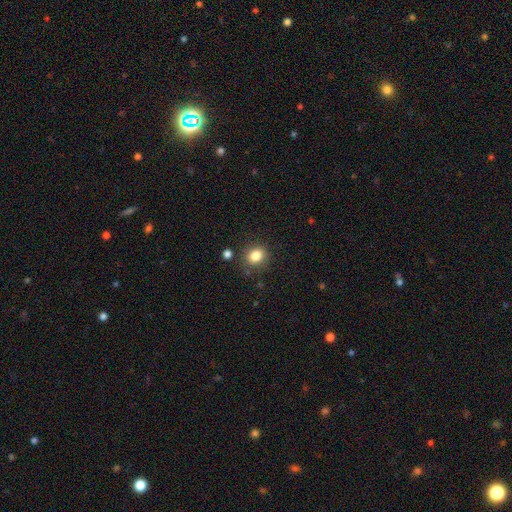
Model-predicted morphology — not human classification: smooth_or_featured: smooth (p=0.83) [alt: star or artifact p=0.11]
how_rounded: round (p=0.71) [alt: in between p=0.28]
merging: none (p=0.83) [alt: minor disturbance p=0.10]